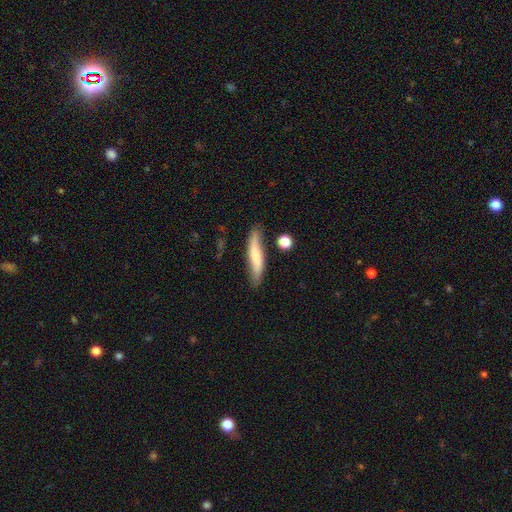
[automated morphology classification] A smooth galaxy with no disk features (62%) that is cigar-shaped (84%).

Vote fractions:
- Smooth or featured? smooth: 62% / featured or disk: 32% / star or artifact: 7%
- How rounded? cigar-shaped: 84% / in between: 13% / round: 2%
- Merging? none: 75% / minor disturbance: 17% / merger: 4% / major disturbance: 4%